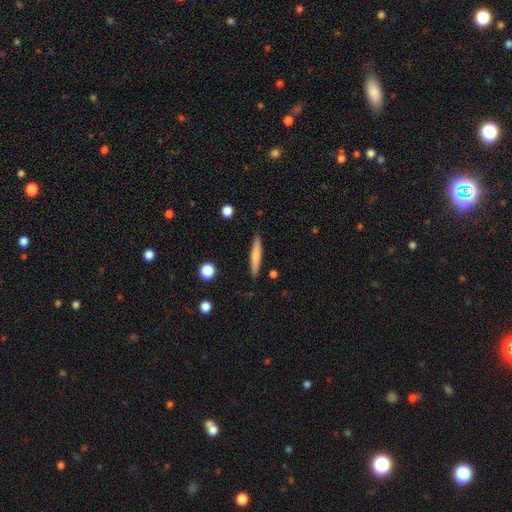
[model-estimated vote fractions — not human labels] smooth 70%, featured or disk 24%, star or artifact 6%. Down the decision tree: how rounded — cigar-shaped (93%); merging — none (89%).